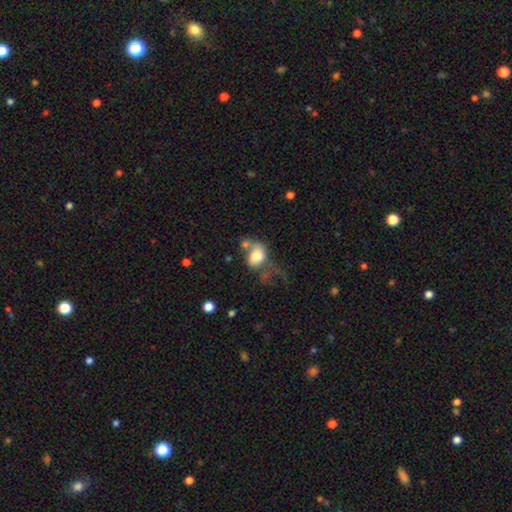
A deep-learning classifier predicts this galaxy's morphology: Smooth or featured? Predicted: smooth (p=0.66). How rounded? Predicted: in between (p=0.67). Merging? Predicted: major disturbance (p=0.34).